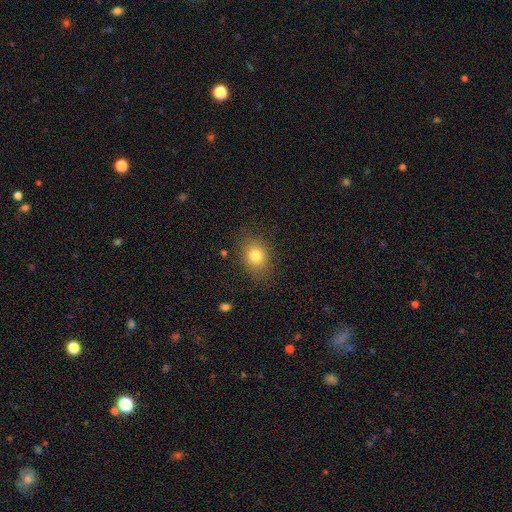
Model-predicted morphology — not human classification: smooth_or_featured: smooth (p=0.79) [alt: star or artifact p=0.11]
how_rounded: in between (p=0.58) [alt: round p=0.41]
merging: none (p=0.81) [alt: minor disturbance p=0.13]